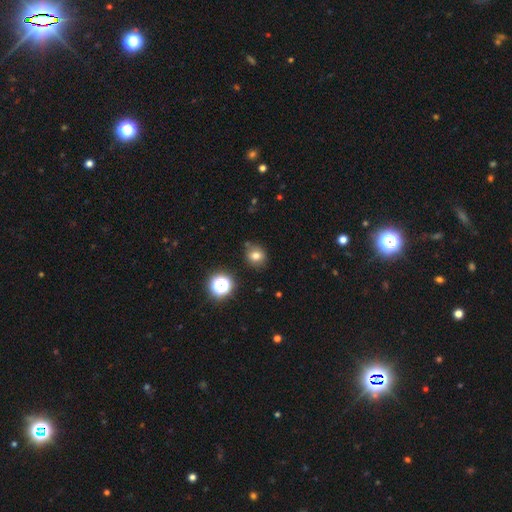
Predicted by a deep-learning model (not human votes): This appears to be a smooth galaxy with no disk features (74%) that is round (75%). Merging: none (77%).